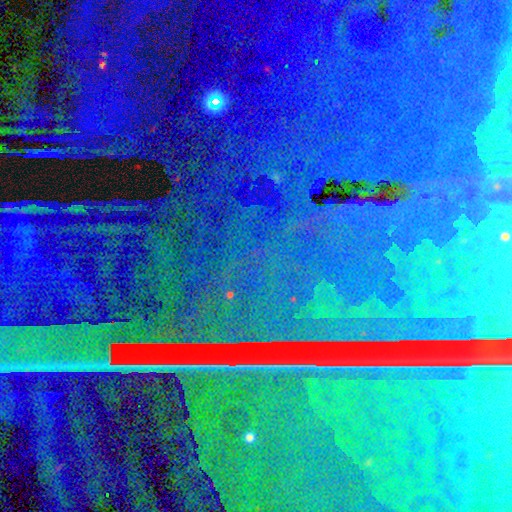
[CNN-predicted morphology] Smooth or featured?
  - star or artifact: 88% *
  - featured or disk: 7%
  - smooth: 5%